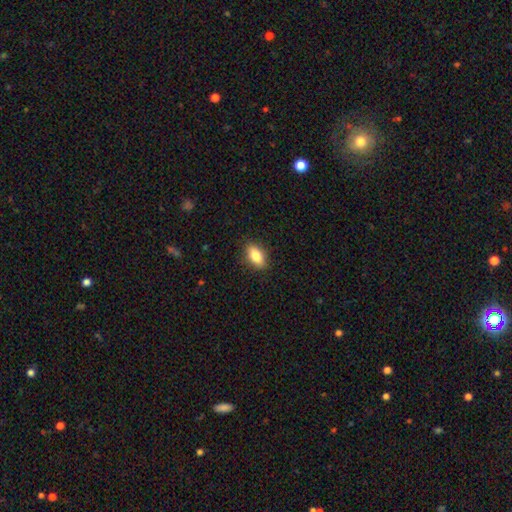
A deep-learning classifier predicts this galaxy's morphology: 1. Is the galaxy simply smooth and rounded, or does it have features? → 81% smooth, 11% featured or disk, 7% star or artifact.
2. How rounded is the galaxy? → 86% in between, 7% cigar-shaped, 6% round.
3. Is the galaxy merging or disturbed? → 88% none, 9% minor disturbance, 2% major disturbance, 1% merger.